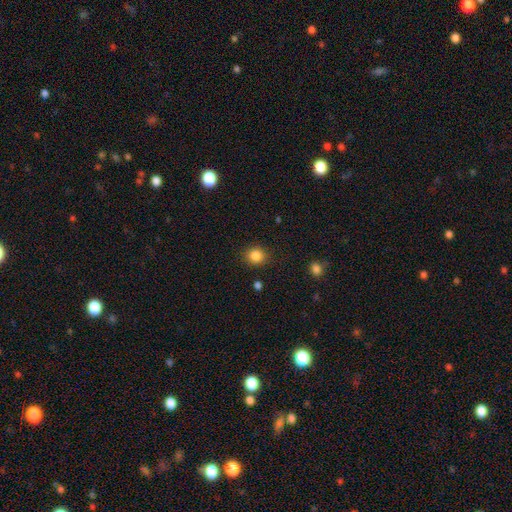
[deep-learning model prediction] smooth_or_featured: smooth (p=0.85) [alt: star or artifact p=0.10]
how_rounded: round (p=0.81) [alt: in between p=0.18]
merging: none (p=0.88) [alt: minor disturbance p=0.08]